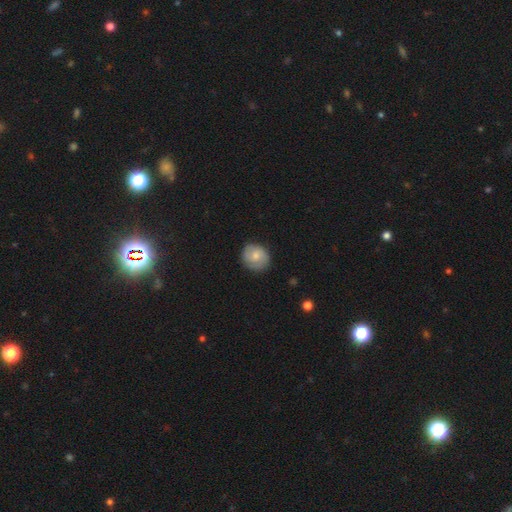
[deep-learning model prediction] smooth 56%, featured or disk 37%, star or artifact 7%. Down the decision tree: how rounded — round (75%); merging — none (79%).